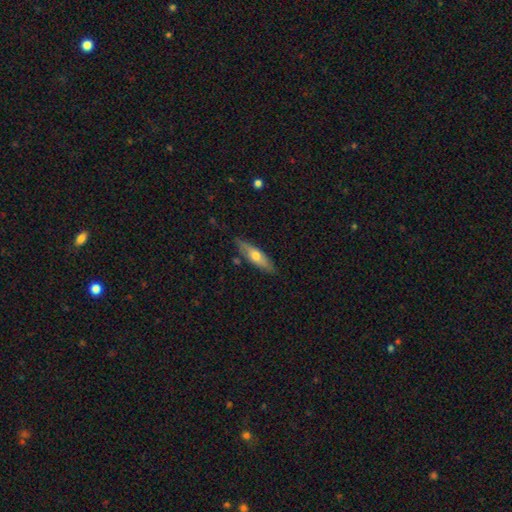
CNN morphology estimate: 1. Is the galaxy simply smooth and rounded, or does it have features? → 56% smooth, 39% featured or disk, 6% star or artifact.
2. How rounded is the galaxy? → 60% cigar-shaped, 38% in between, 2% round.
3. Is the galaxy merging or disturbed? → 81% none, 15% minor disturbance, 2% major disturbance, 2% merger.